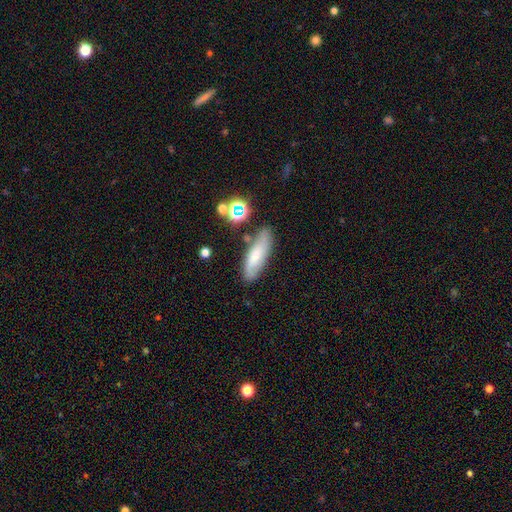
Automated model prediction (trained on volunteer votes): smooth_or_featured: smooth (p=0.62) [alt: featured or disk p=0.27]
how_rounded: in between (p=0.49) [alt: cigar-shaped p=0.48]
merging: none (p=0.73) [alt: minor disturbance p=0.17]